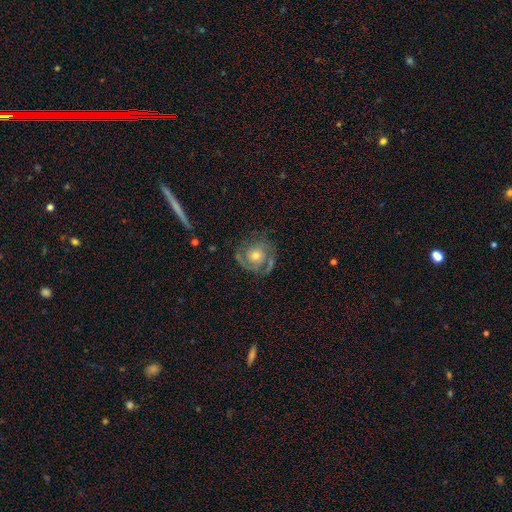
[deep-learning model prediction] This is likely a featured or disk galaxy (78%). It is clearly not viewed edge-on (97%). Bar: likely no (79%). Spiral arm pattern: clearly yes (90%). Spiral arm count: possibly 2 (46%). Spiral winding: possibly tight (56%). Central bulge: likely moderate (63%). Merging: likely none (70%).